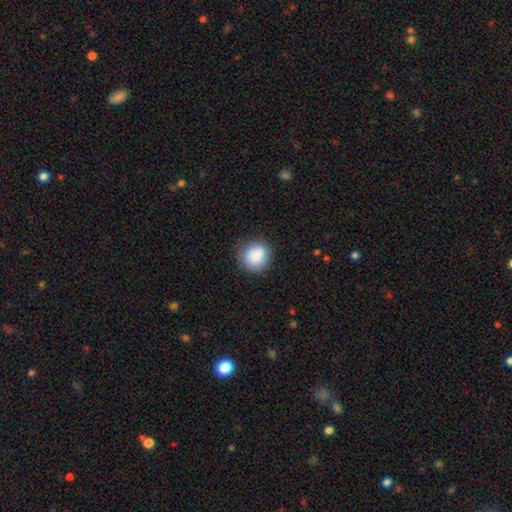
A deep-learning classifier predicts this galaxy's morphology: smooth_or_featured: smooth (p=0.87) [alt: star or artifact p=0.08]
how_rounded: round (p=0.82) [alt: in between p=0.17]
merging: none (p=0.79) [alt: minor disturbance p=0.15]